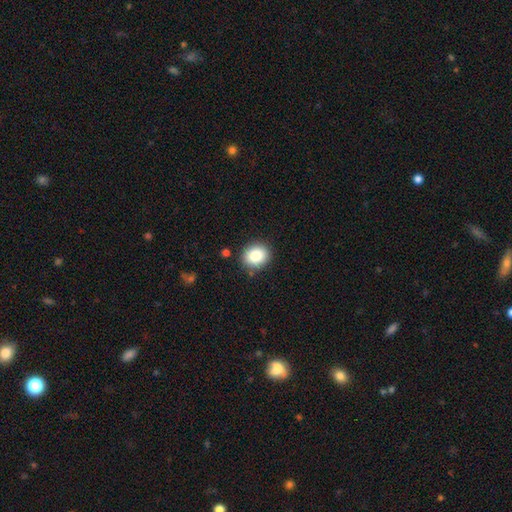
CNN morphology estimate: Smooth or featured? Predicted: smooth (p=0.87). How rounded? Predicted: round (p=0.67). Merging? Predicted: none (p=0.87).